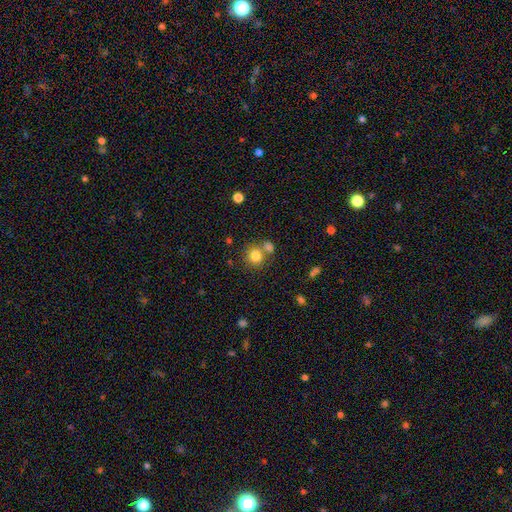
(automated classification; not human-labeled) Smooth or featured? smooth (80%)
How rounded? round (86%)
Merging? none (60%)